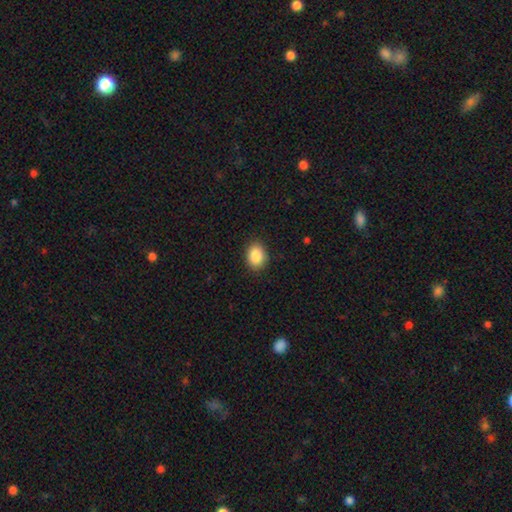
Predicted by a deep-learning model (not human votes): smooth-or-featured: smooth: 88% | star or artifact: 8% | featured or disk: 4%
  how-rounded: in between: 64% | round: 35% | cigar-shaped: 1%
  merging: none: 88% | minor disturbance: 9% | major disturbance: 2% | merger: 1%